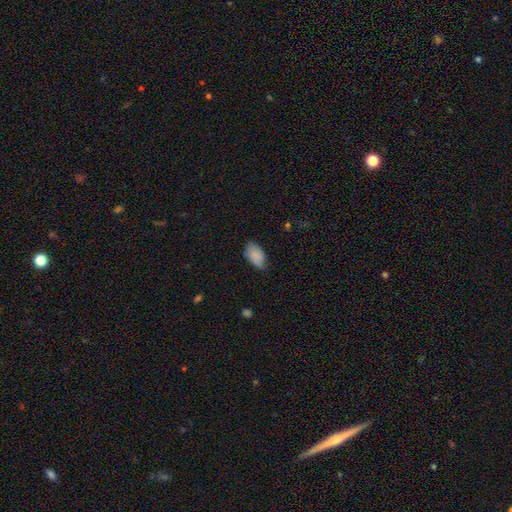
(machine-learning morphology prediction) A smooth galaxy with no disk features (84%) that is in between round and cigar-shaped (94%). Merging: none (63%).